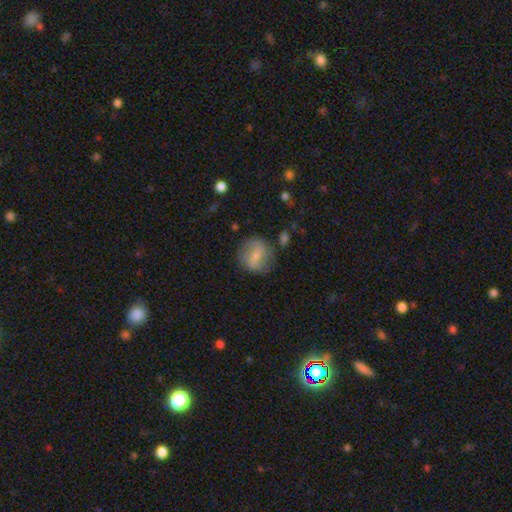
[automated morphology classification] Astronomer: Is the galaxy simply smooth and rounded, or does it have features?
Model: smooth — 52% (runner-up: featured or disk, 40%).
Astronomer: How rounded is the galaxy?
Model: round — 77%.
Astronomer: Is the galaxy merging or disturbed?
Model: none — 72%.